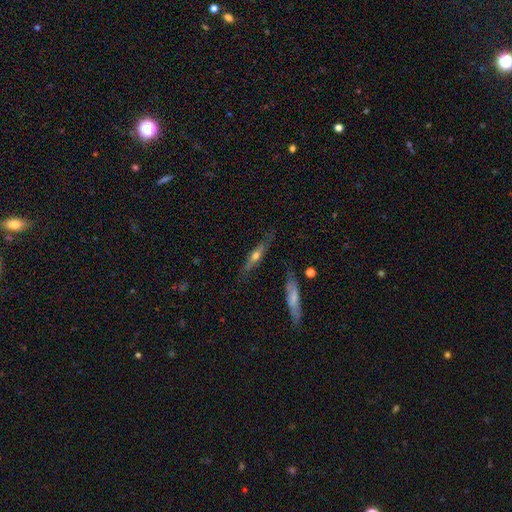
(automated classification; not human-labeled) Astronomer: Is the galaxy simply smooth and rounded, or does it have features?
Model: featured or disk — 52% (runner-up: smooth, 41%).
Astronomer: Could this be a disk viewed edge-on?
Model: yes — 89%.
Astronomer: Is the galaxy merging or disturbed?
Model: none — 80%.